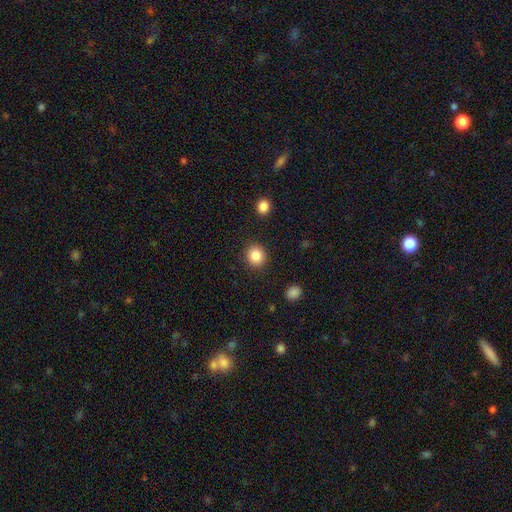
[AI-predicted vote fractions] The model was most divided on "how rounded": round: 86%, in between: 13%, cigar-shaped: 1%. More confident: merging — none (89%); smooth or featured — smooth (85%).